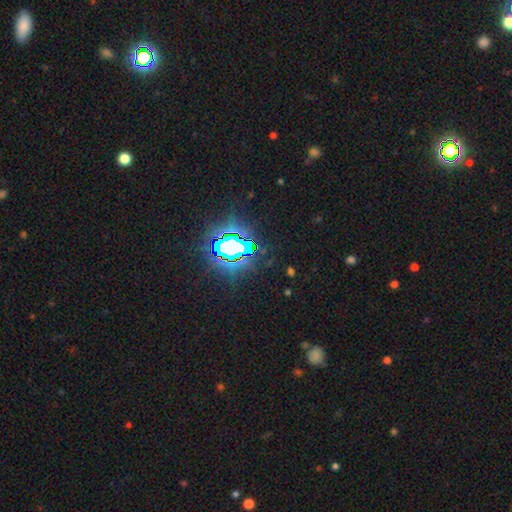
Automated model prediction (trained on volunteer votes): smooth_or_featured: star or artifact (p=0.82) [alt: smooth p=0.11]